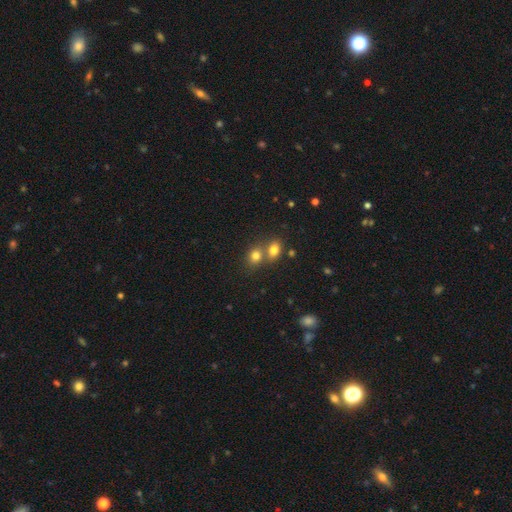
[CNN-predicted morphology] A smooth galaxy with no disk features (79%) that is round (54%).

Vote fractions:
- Smooth or featured? smooth: 79% / star or artifact: 13% / featured or disk: 9%
- How rounded? round: 54% / in between: 45% / cigar-shaped: 1%
- Merging? merger: 49% / none: 41% / minor disturbance: 8% / major disturbance: 3%